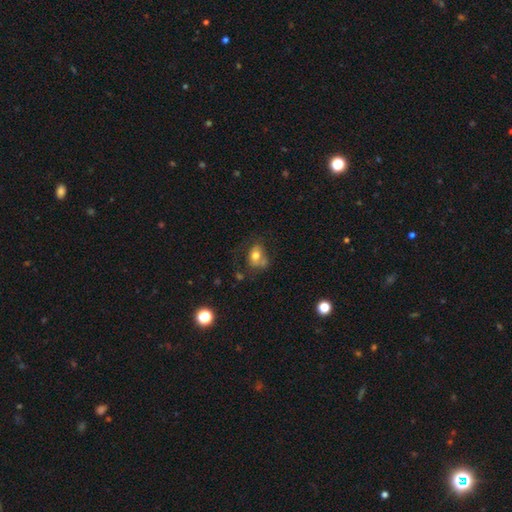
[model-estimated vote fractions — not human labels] Smooth or featured? Predicted: smooth (p=0.69). How rounded? Predicted: in between (p=0.61). Merging? Predicted: none (p=0.40).